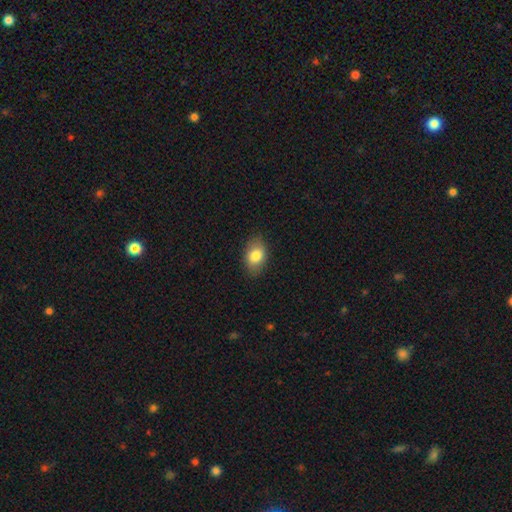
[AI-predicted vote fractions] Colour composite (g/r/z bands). It shows a smooth galaxy with no disk features (82%) that is in between round and cigar-shaped (84%). Merging: none (84%).